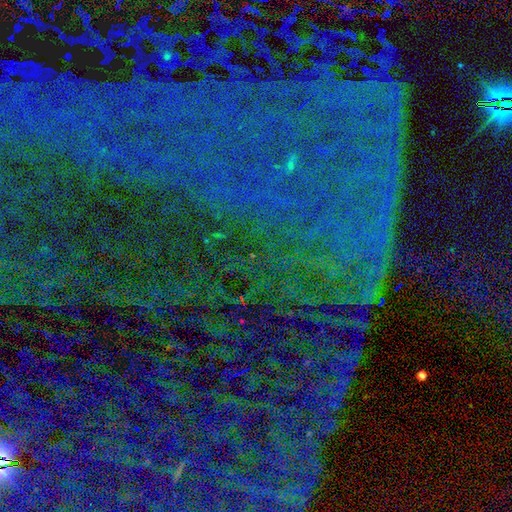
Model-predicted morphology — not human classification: type=star or artifact (84%).